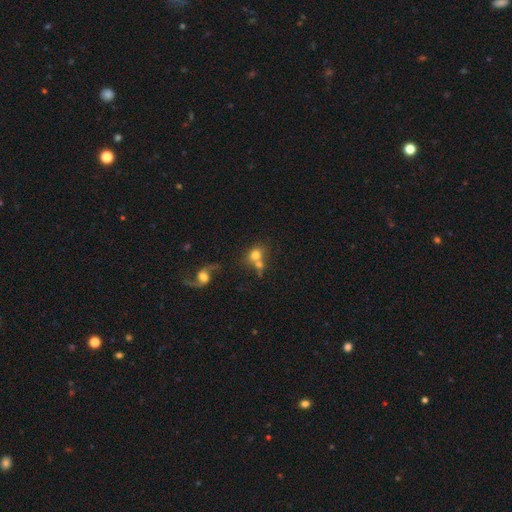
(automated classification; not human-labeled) This is likely a smooth galaxy (70%). How rounded: likely round (73%). Merging: marginally merger (44%).